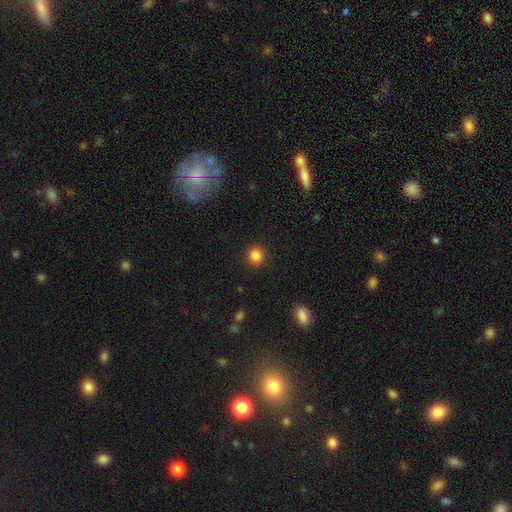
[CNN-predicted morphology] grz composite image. It shows a smooth galaxy with no disk features (85%) that is round (93%). Merging: none (91%).